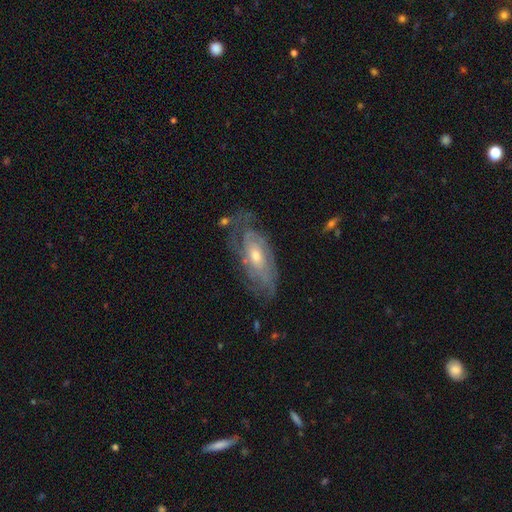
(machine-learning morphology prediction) Smooth or featured? featured or disk (79%)
Edge-on disk? no (90%)
Bar? no (67%)
Spiral arms? yes (89%)
Spiral winding? tight (63%)
Spiral arm count? can't tell (50%)
Bulge size? moderate (53%)
Merging? none (64%)